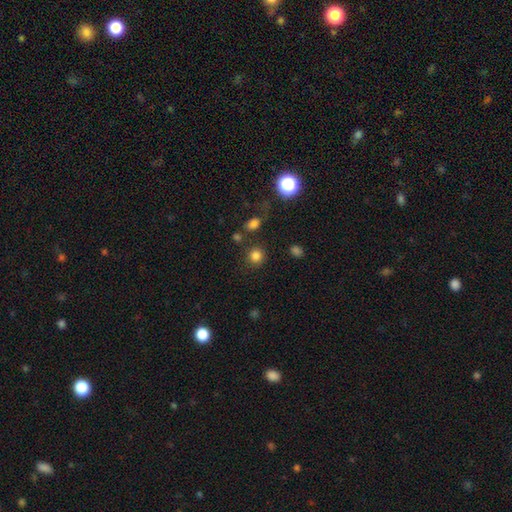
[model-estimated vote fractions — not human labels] A smooth galaxy with no disk features (81%) that is round (90%). Merging: none (81%).